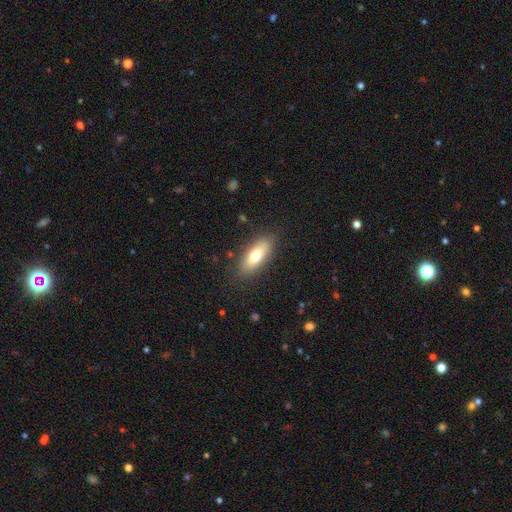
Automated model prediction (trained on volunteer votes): smooth-or-featured: smooth: 71% | featured or disk: 22% | star or artifact: 7%
  how-rounded: in between: 74% | cigar-shaped: 23% | round: 3%
  merging: none: 85% | minor disturbance: 11% | major disturbance: 3% | merger: 1%